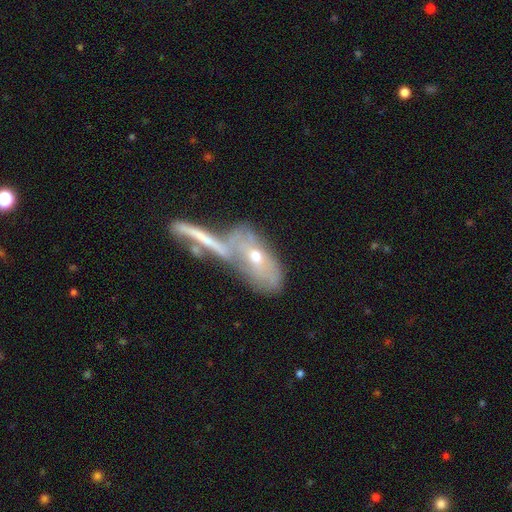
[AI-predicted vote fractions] Smooth or featured? featured or disk (57%)
Edge-on disk? no (70%)
Merging? merger (47%)